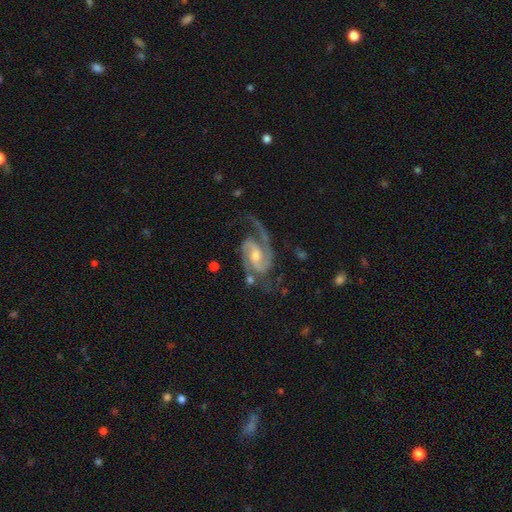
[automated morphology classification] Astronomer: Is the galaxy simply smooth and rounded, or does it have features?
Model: featured or disk — 93%.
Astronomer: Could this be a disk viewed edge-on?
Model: no — 98%.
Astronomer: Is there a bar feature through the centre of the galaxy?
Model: weak — 45% (runner-up: no, 37%).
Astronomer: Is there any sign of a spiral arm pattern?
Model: yes — 98%.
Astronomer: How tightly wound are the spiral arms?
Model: medium — 57%.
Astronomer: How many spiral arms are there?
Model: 2 — 87%.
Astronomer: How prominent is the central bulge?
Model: moderate — 56% (runner-up: small, 38%).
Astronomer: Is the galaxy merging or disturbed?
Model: none — 65%.